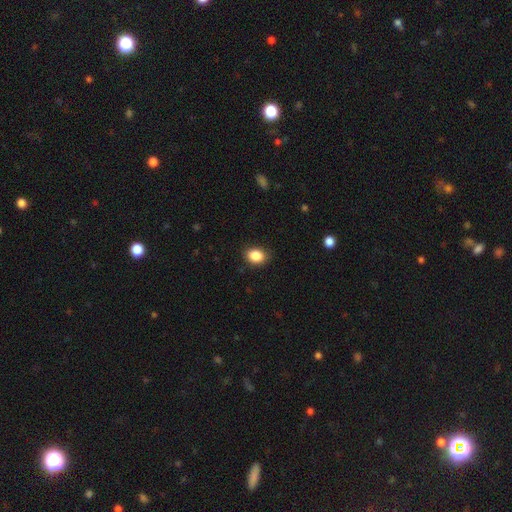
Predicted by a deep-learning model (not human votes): smooth-or-featured: smooth: 87% | star or artifact: 9% | featured or disk: 4%
  how-rounded: in between: 63% | round: 36% | cigar-shaped: 1%
  merging: none: 86% | minor disturbance: 10% | major disturbance: 2% | merger: 1%